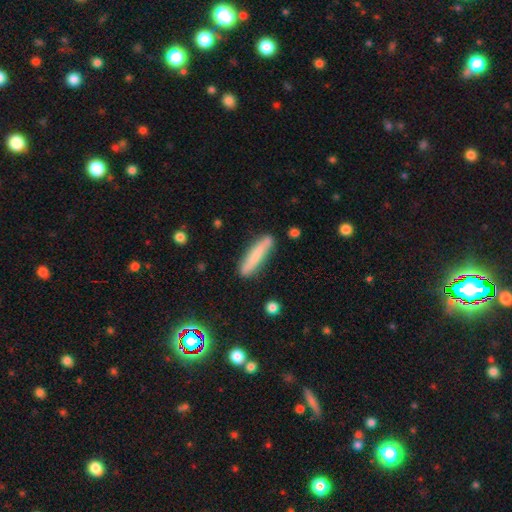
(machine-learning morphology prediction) smooth_or_featured: smooth (p=0.69) [alt: featured or disk p=0.24]
how_rounded: cigar-shaped (p=0.87) [alt: in between p=0.11]
merging: none (p=0.78) [alt: minor disturbance p=0.15]